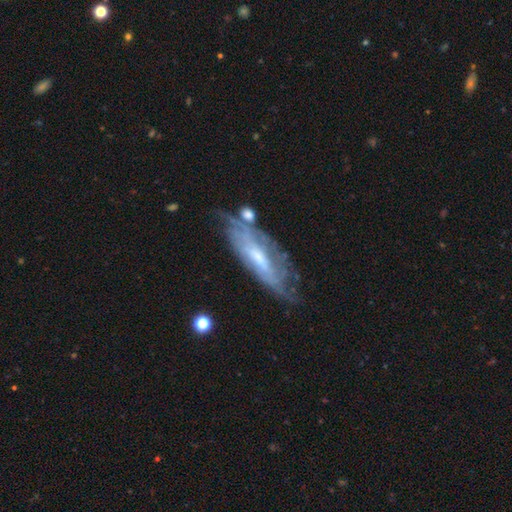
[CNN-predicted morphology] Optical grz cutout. It shows a featured or disk galaxy (67%). Merging: none (60%).